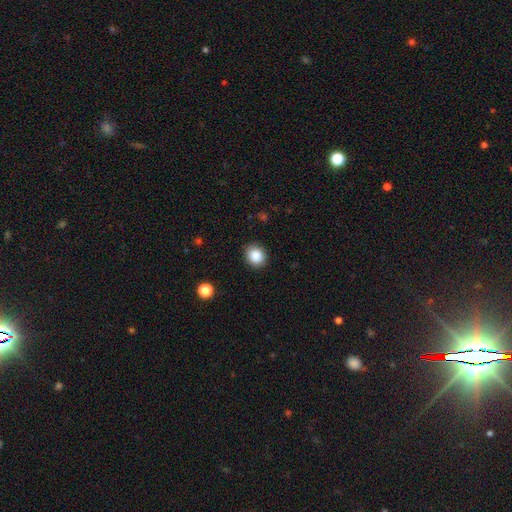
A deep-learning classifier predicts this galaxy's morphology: type=smooth (85%); roundness=round (76%); merging=none (90%).